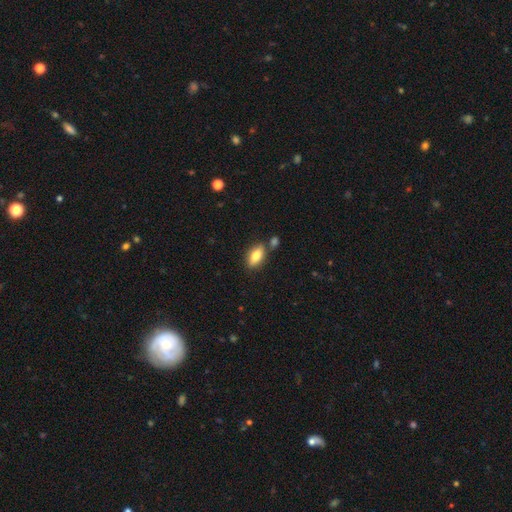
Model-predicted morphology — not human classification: A smooth galaxy with no disk features (78%) that is in between round and cigar-shaped (88%).

Vote fractions:
- Smooth or featured? smooth: 78% / featured or disk: 15% / star or artifact: 7%
- How rounded? in between: 88% / cigar-shaped: 8% / round: 4%
- Merging? none: 74% / minor disturbance: 12% / merger: 11% / major disturbance: 3%